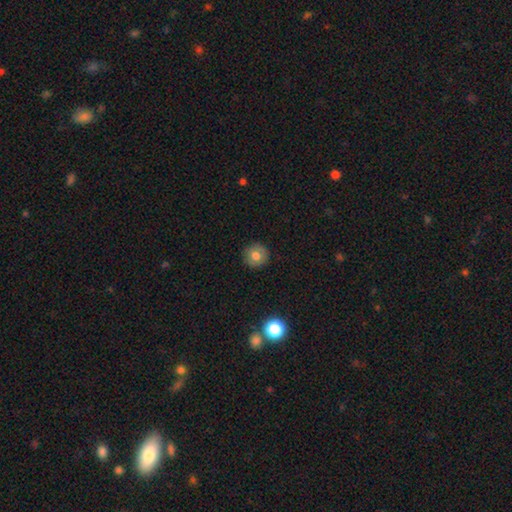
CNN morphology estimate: Smooth or featured? Predicted: smooth (p=0.76). How rounded? Predicted: round (p=0.94). Merging? Predicted: none (p=0.90).